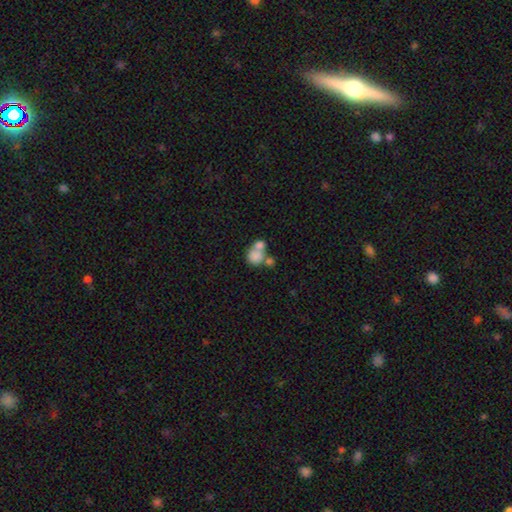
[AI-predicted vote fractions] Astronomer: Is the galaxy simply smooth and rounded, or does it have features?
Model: smooth — 76%.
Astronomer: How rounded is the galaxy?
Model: round — 70%.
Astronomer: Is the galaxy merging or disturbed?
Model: merger — 61%.